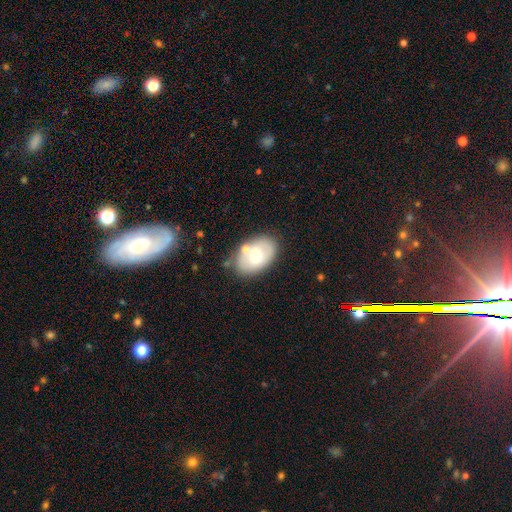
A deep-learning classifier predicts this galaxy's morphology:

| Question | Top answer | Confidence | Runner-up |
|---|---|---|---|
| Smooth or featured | smooth | 61% | featured or disk (32%) |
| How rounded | in between | 88% | round (11%) |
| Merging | none | 70% | minor disturbance (15%) |